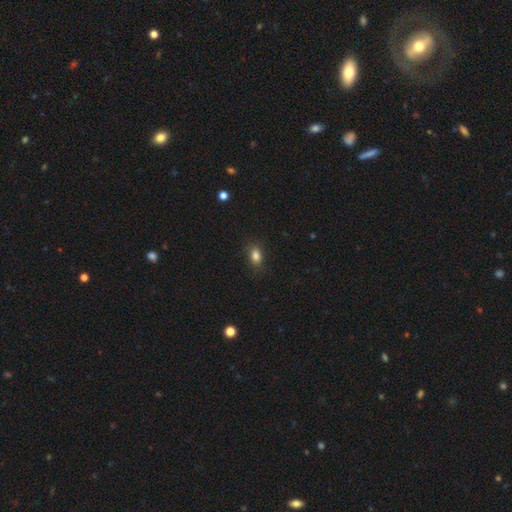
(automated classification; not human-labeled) smooth-or-featured: smooth: 83% | star or artifact: 11% | featured or disk: 6%
  how-rounded: in between: 77% | round: 21% | cigar-shaped: 2%
  merging: none: 82% | minor disturbance: 14% | major disturbance: 3% | merger: 1%